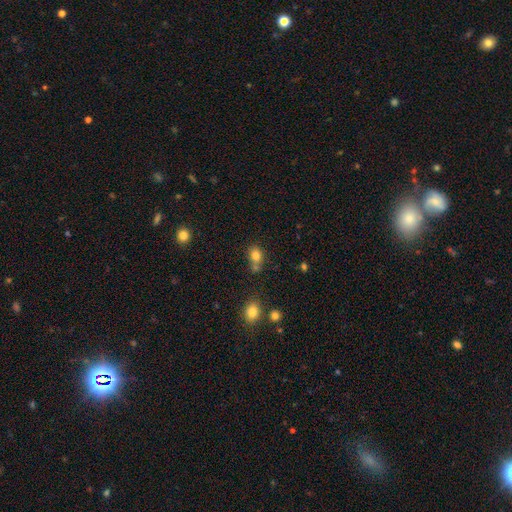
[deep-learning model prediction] Overall: smooth (80%). How rounded: in between (51%; round 48%). Merging: none (54%; merger 24%).